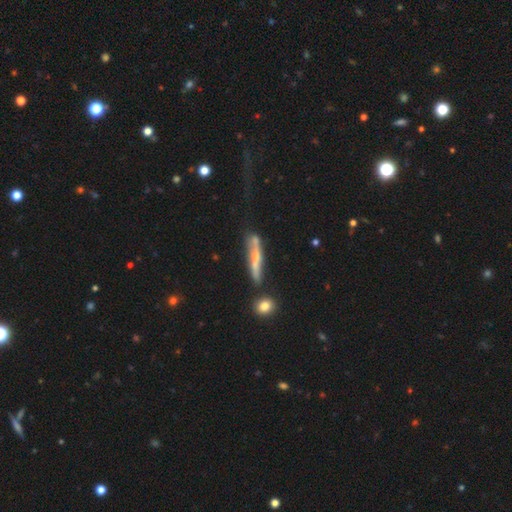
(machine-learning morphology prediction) smooth-or-featured: featured or disk: 55% | smooth: 36% | star or artifact: 9%
  disk-edge-on: yes: 78% | no: 22%
  merging: none: 58% | minor disturbance: 23% | major disturbance: 10% | merger: 10%